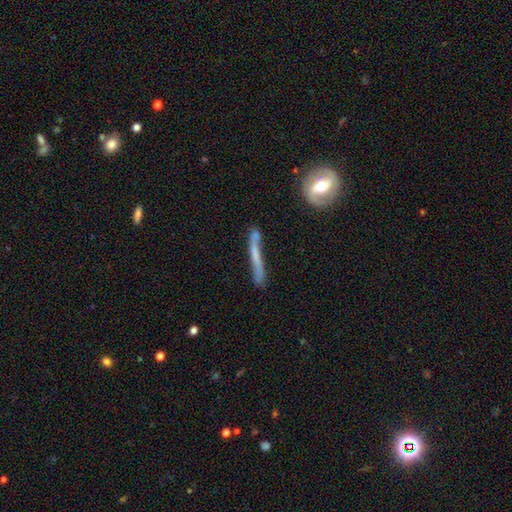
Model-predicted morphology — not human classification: Smooth or featured: featured or disk — 51% (smooth — 42%)
Edge-on disk: yes — 76% (no — 24%)
Merging: none — 62% (minor disturbance — 23%)